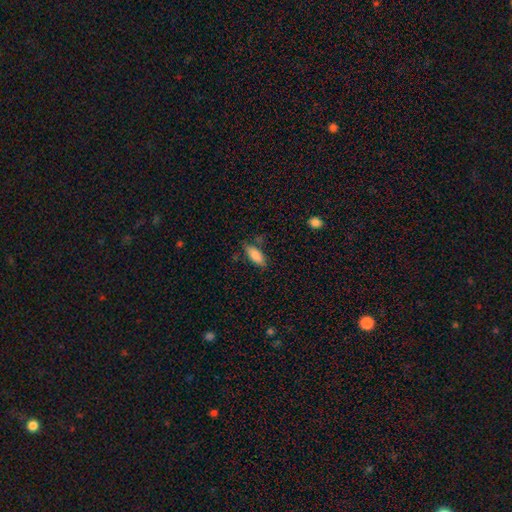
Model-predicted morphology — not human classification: A smooth galaxy with no disk features (85%) that is in between round and cigar-shaped (77%).

Vote fractions:
- Smooth or featured? smooth: 85% / featured or disk: 8% / star or artifact: 7%
- How rounded? in between: 77% / cigar-shaped: 21% / round: 2%
- Merging? none: 72% / minor disturbance: 19% / major disturbance: 4% / merger: 4%